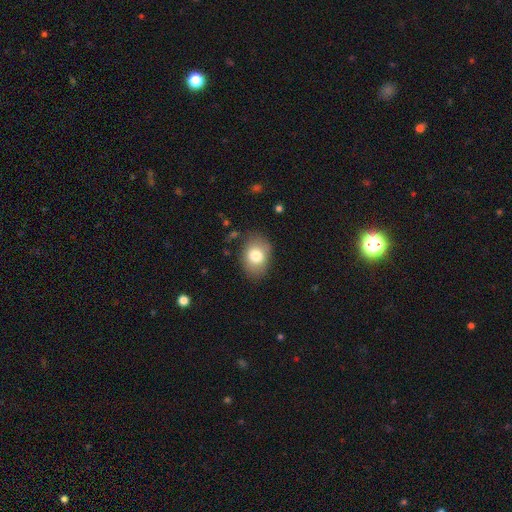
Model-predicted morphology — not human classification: Q: Smooth or featured?
A: smooth (78%); runner-up: featured or disk (14%)
Q: How rounded?
A: in between (72%); runner-up: round (27%)
Q: Merging?
A: none (79%); runner-up: minor disturbance (15%)